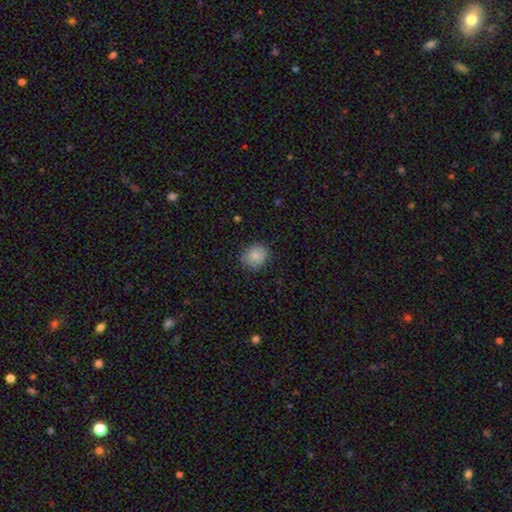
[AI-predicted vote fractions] A smooth galaxy with no disk features (84%) that is round (71%). Merging: none (84%).